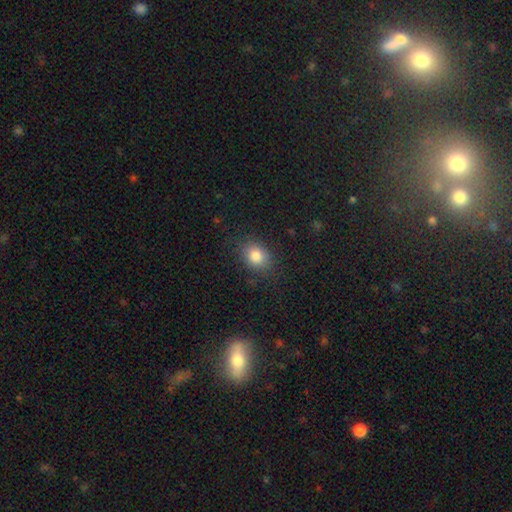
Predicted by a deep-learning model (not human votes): smooth 83%, star or artifact 11%, featured or disk 7%. Down the decision tree: how rounded — in between (51%); merging — none (83%).